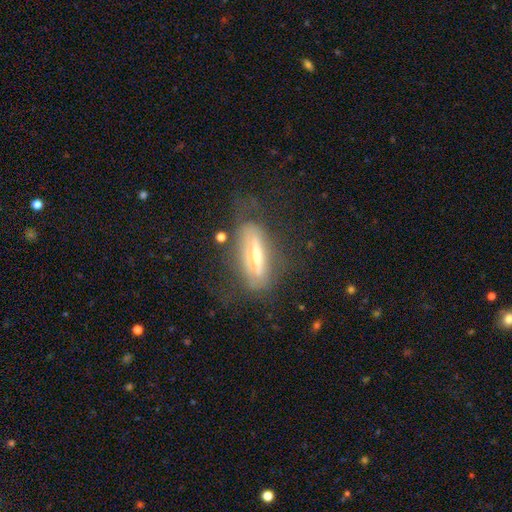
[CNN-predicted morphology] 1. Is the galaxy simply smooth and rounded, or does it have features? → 62% featured or disk, 31% smooth, 8% star or artifact.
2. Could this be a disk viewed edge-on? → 70% yes, 30% no.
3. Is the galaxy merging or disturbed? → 59% none, 22% minor disturbance, 17% major disturbance, 2% merger.